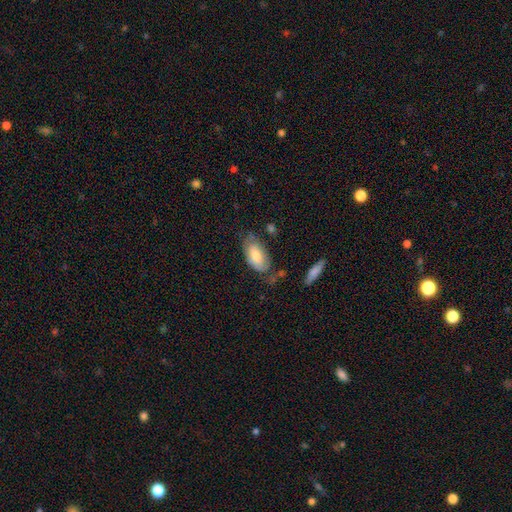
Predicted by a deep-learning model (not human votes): Morphology: type=smooth (69%); roundness=in between (93%); merging=none (56%).